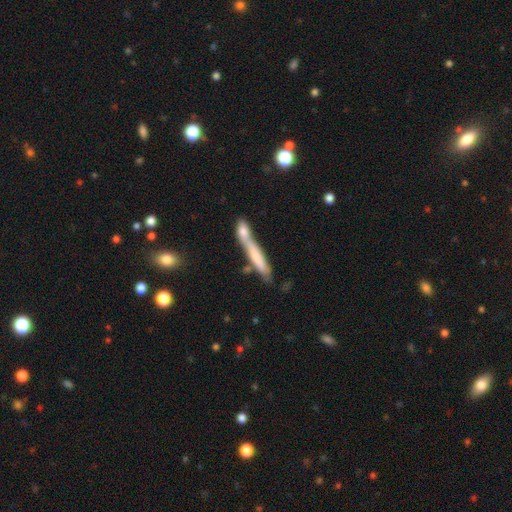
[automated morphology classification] A smooth galaxy with no disk features (61%) that is cigar-shaped (89%).

Vote fractions:
- Smooth or featured? smooth: 61% / featured or disk: 32% / star or artifact: 7%
- How rounded? cigar-shaped: 89% / in between: 9% / round: 2%
- Merging? merger: 46% / none: 36% / minor disturbance: 12% / major disturbance: 6%